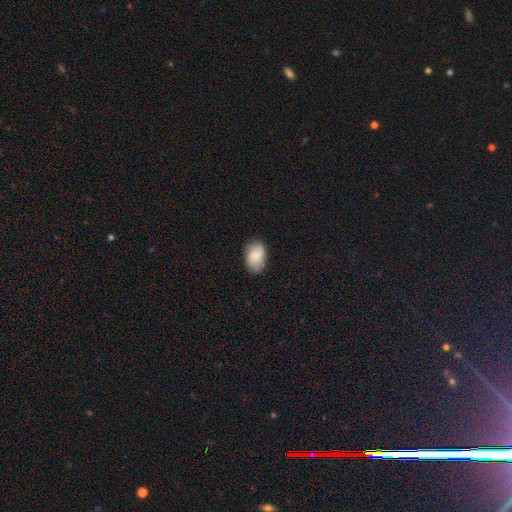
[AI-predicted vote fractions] smooth 81%, featured or disk 12%, star or artifact 7%. Down the decision tree: how rounded — in between (87%); merging — none (80%).